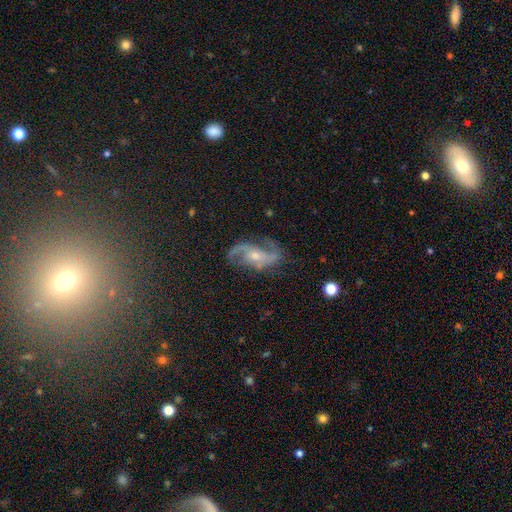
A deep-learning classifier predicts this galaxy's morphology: A featured or disk galaxy (82%) with no bar (54%), 2 (85%) medium (46%) spiral arms (96%) and a small central bulge (50%).

Vote fractions:
- Smooth or featured? featured or disk: 82% / star or artifact: 10% / smooth: 7%
- Edge-on disk? no: 96% / yes: 4%
- Bar? no: 54% / weak: 34% / strong: 12%
- Spiral arms? yes: 96% / no: 4%
- Spiral winding? medium: 46% / loose: 38% / tight: 16%
- Spiral arm count? 2: 85% / can't tell: 5% / 3: 4% / 1: 3% / 4: 2% / more than 4: 2%
- Bulge size? small: 50% / moderate: 44% / none: 3% / large: 2% / dominant: 1%
- Merging? none: 69% / minor disturbance: 18% / major disturbance: 11% / merger: 2%